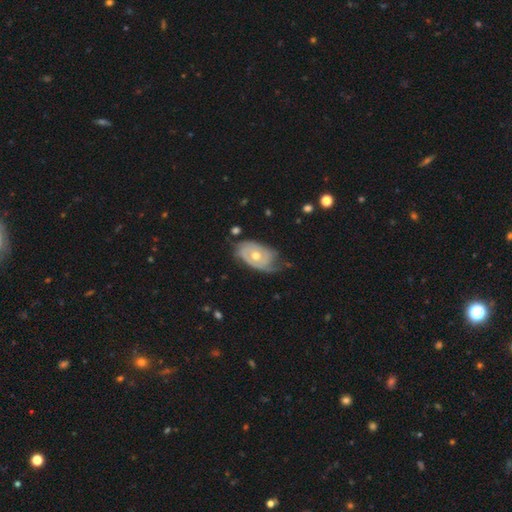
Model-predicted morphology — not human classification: Overall: featured or disk (73%). Edge-on disk: no (94%). Bar: no (81%). Spiral arms: yes (76%). Spiral arm count: can't tell (39%; 2 35%). Spiral winding: tight (65%). Bulge size: moderate (73%). Merging: none (51%; minor disturbance 33%).